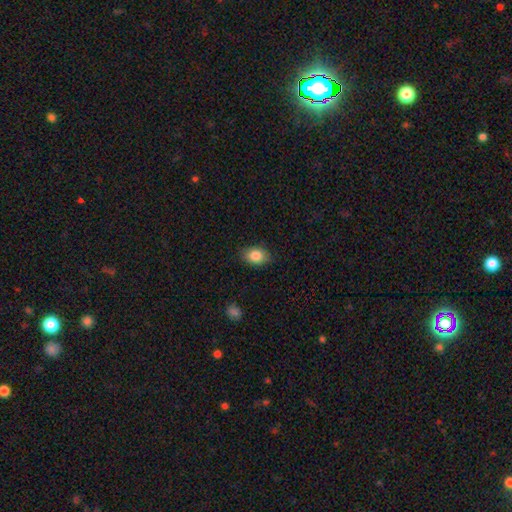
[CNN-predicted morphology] Smooth or featured? Predicted: smooth (p=0.85). How rounded? Predicted: in between (p=0.75). Merging? Predicted: none (p=0.82).